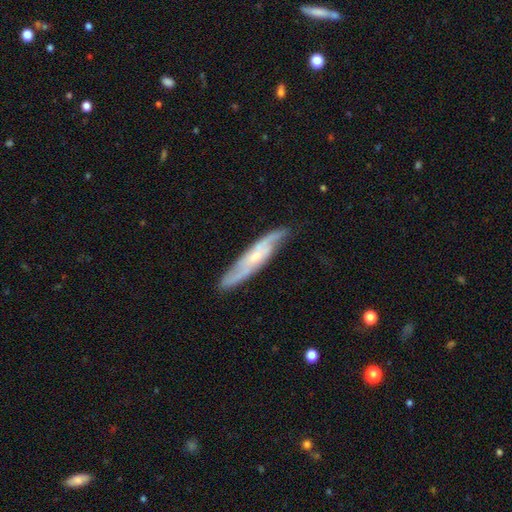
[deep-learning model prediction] The model was most divided on "edge-on disk": no: 60%, yes: 40%. More confident: merging — none (80%); smooth or featured — featured or disk (75%).